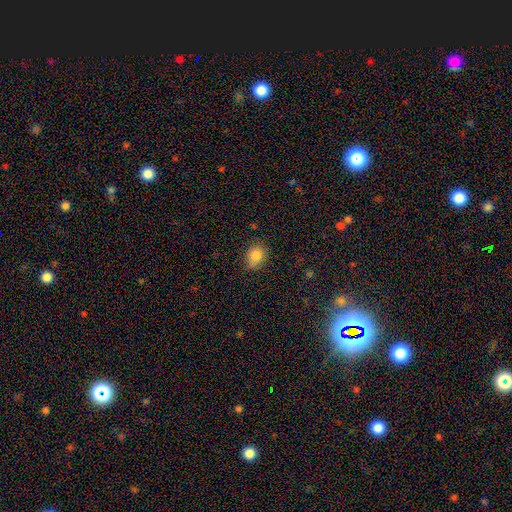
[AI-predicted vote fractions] Smooth or featured? Predicted: smooth (p=0.84). How rounded? Predicted: round (p=0.56). Merging? Predicted: none (p=0.73).